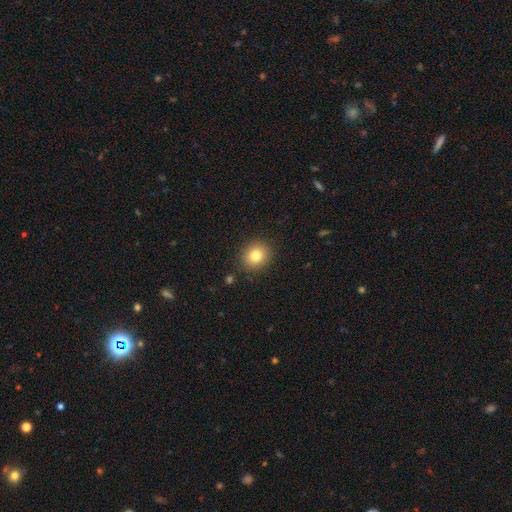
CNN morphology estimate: A smooth galaxy with no disk features (81%) that is round (79%). Merging: none (89%).